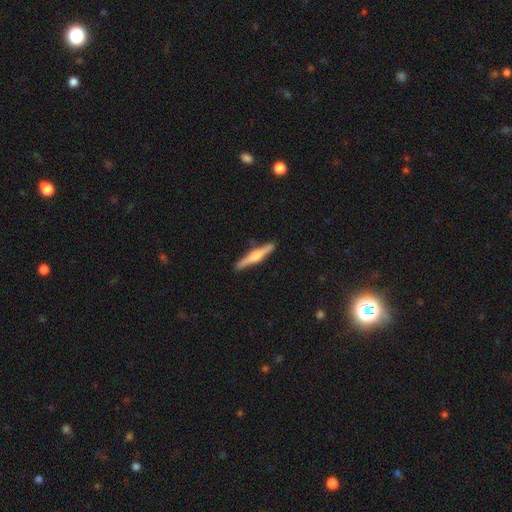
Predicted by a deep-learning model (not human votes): A featured or disk galaxy (58%) viewed edge-on (97%) with a rounded central bulge (81%). Merging: none (89%).